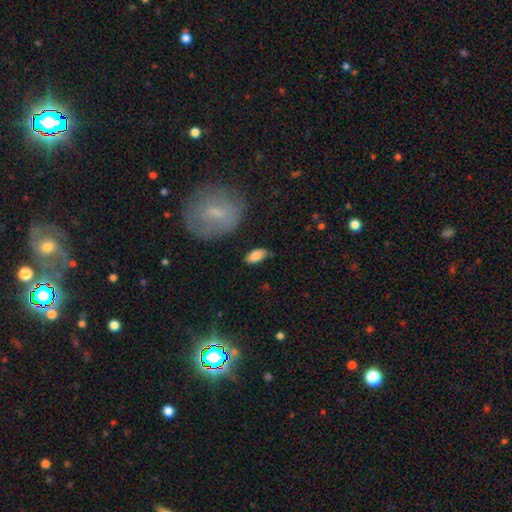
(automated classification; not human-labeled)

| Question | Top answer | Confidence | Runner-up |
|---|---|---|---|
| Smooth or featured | smooth | 83% | featured or disk (10%) |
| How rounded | in between | 91% | cigar-shaped (6%) |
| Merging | none | 75% | minor disturbance (18%) |